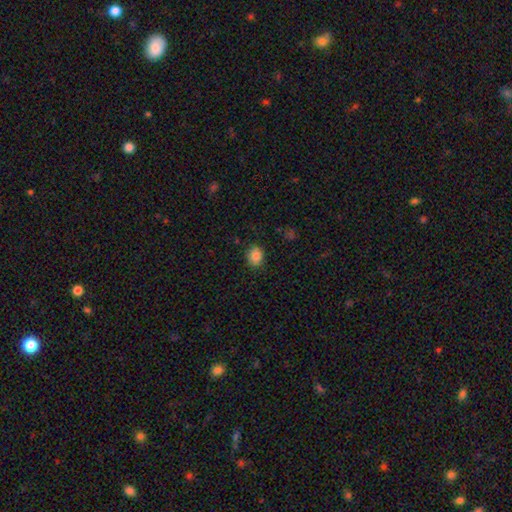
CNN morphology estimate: Overall: smooth (86%). How rounded: round (51%; in between 48%). Merging: none (86%).